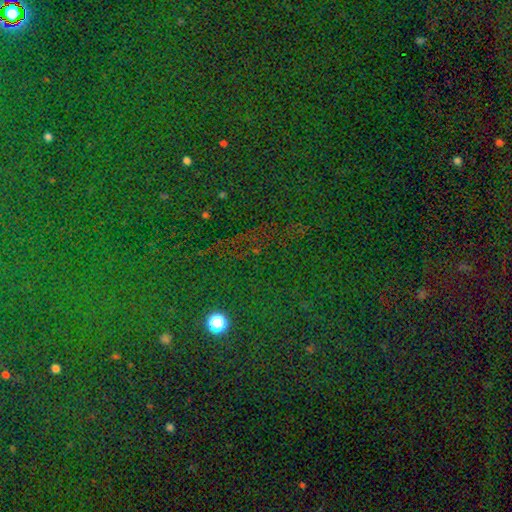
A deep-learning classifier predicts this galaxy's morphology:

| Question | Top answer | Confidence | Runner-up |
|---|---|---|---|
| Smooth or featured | star or artifact | 83% | smooth (10%) |